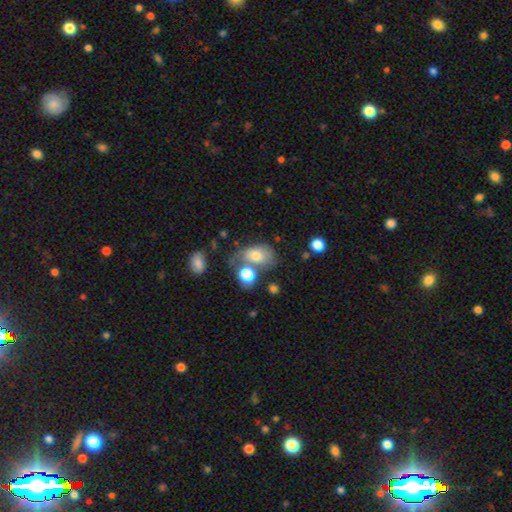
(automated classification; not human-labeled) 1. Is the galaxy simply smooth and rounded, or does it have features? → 71% smooth, 19% featured or disk, 10% star or artifact.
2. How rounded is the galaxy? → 78% in between, 21% round, 1% cigar-shaped.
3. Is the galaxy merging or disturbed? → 34% merger (tied), 34% none (tied), 19% minor disturbance, 13% major disturbance.